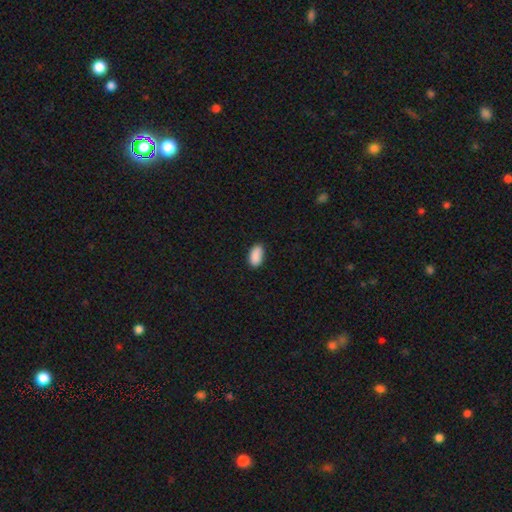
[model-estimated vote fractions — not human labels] This is clearly a smooth galaxy (90%). How rounded: clearly in between (93%). Merging: clearly none (83%).